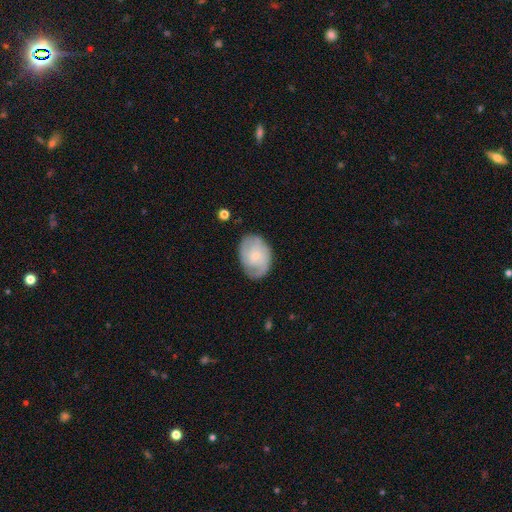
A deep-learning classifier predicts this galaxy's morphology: smooth_or_featured: featured or disk (p=0.58) [alt: smooth p=0.36]
disk_edge_on: no (p=0.97) [alt: yes p=0.03]
bar: no (p=0.75) [alt: weak p=0.22]
has_spiral_arms: yes (p=0.83) [alt: no p=0.17]
bulge_size: small (p=0.72) [alt: moderate p=0.22]
merging: none (p=0.72) [alt: minor disturbance p=0.20]